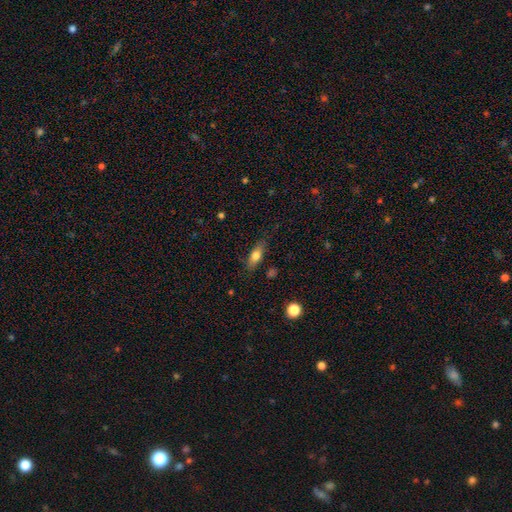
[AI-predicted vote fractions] A smooth galaxy with no disk features (70%) that is in between round and cigar-shaped (66%). Merging: none (80%).